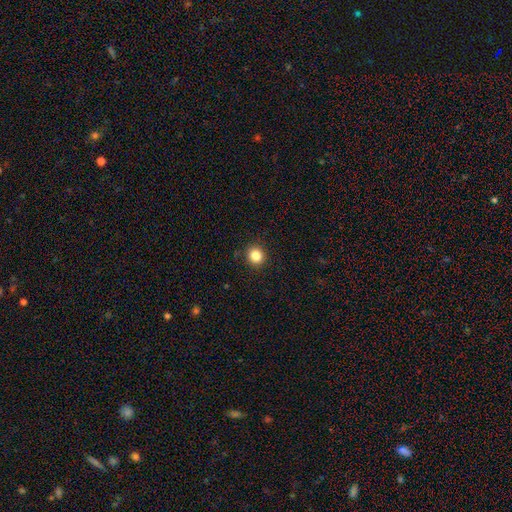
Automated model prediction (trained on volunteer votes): smooth-or-featured: smooth: 85% | star or artifact: 11% | featured or disk: 4%
  how-rounded: round: 89% | in between: 10% | cigar-shaped: 1%
  merging: none: 91% | minor disturbance: 6% | major disturbance: 2% | merger: 1%